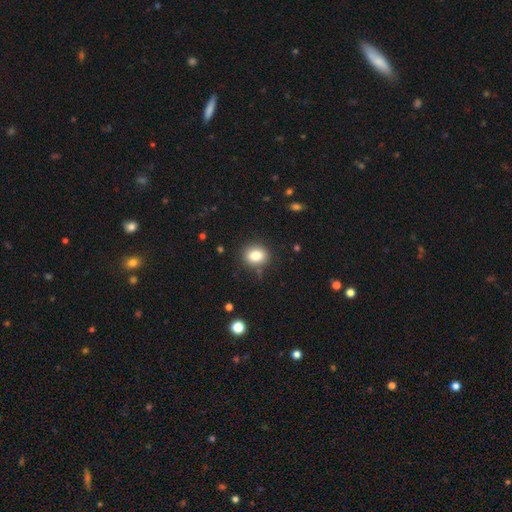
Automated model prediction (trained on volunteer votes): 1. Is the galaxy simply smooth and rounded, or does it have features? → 83% smooth, 10% star or artifact, 7% featured or disk.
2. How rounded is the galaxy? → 64% round, 35% in between, 1% cigar-shaped.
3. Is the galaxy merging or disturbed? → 86% none, 9% minor disturbance, 3% major disturbance, 2% merger.